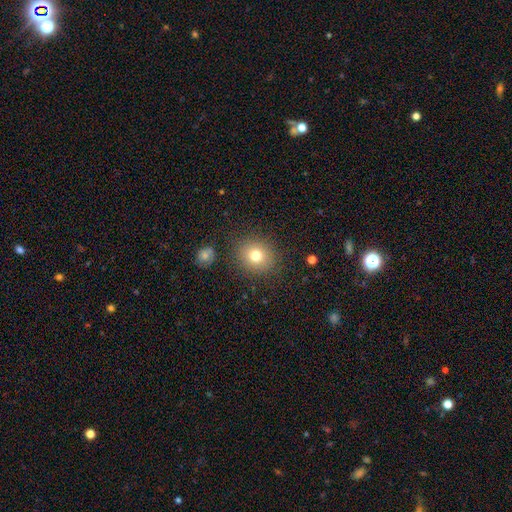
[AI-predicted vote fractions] smooth-or-featured: smooth: 77% | star or artifact: 13% | featured or disk: 11%
  how-rounded: round: 81% | in between: 18% | cigar-shaped: 1%
  merging: none: 85% | minor disturbance: 9% | major disturbance: 3% | merger: 2%